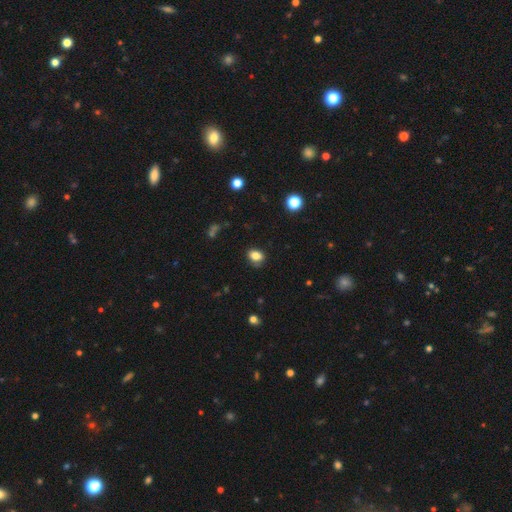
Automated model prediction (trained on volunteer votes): Smooth or featured?
  - smooth: 83% *
  - star or artifact: 11%
  - featured or disk: 7%
How rounded?
  - in between: 64% *
  - round: 35%
  - cigar-shaped: 1%
Merging?
  - none: 81% *
  - minor disturbance: 15%
  - major disturbance: 3%
  - merger: 1%